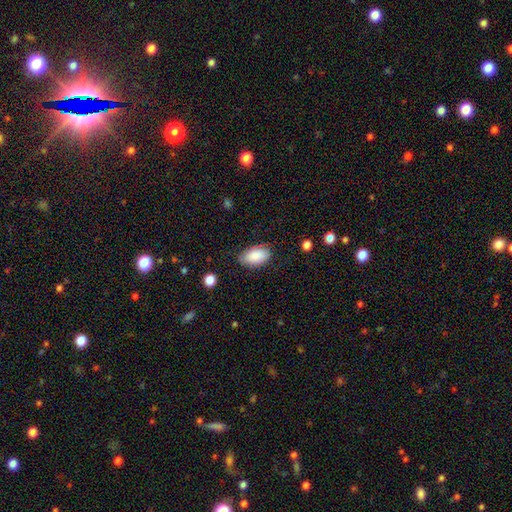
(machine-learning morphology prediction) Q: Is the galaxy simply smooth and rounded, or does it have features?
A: smooth — 87%.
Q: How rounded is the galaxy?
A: in between — 94%.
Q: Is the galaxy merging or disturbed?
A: none — 77%.